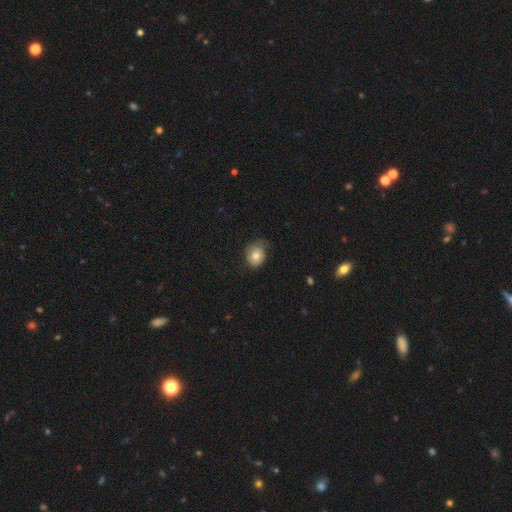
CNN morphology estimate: This is likely a smooth galaxy (73%). How rounded: likely round (64%). Merging: possibly none (56%).